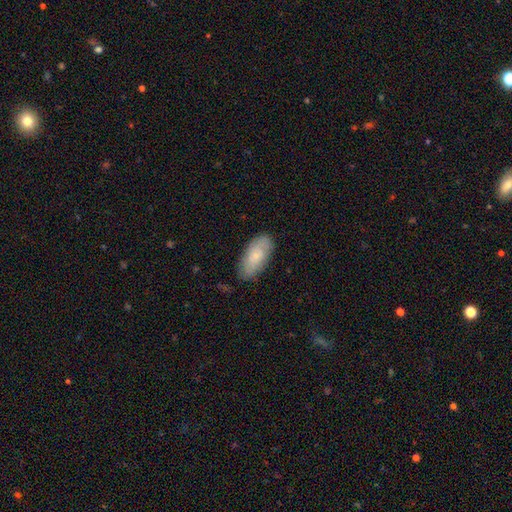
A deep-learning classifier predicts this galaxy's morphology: Smooth or featured: smooth — 68% (featured or disk — 25%)
How rounded: in between — 90% (cigar-shaped — 7%)
Merging: none — 79% (minor disturbance — 16%)